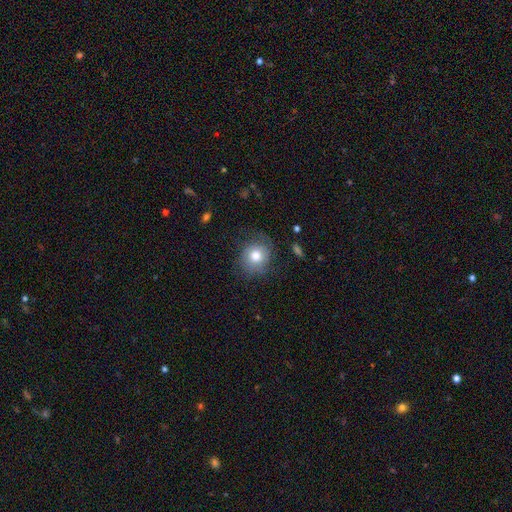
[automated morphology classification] type=smooth (73%); roundness=round (78%); merging=none (66%).